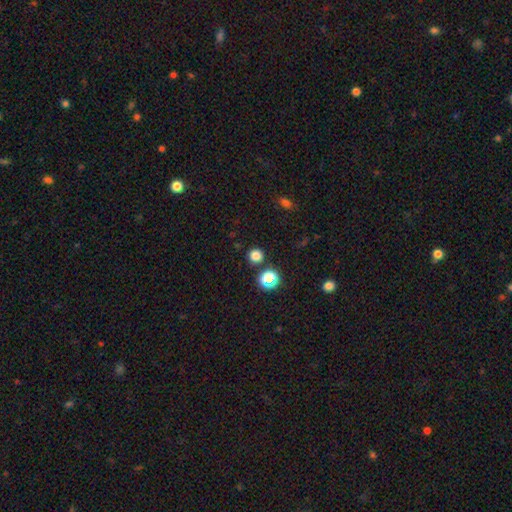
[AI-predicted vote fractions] Q: Smooth or featured?
A: smooth (78%); runner-up: star or artifact (17%)
Q: How rounded?
A: round (93%); runner-up: in between (6%)
Q: Merging?
A: none (87%); runner-up: minor disturbance (6%)